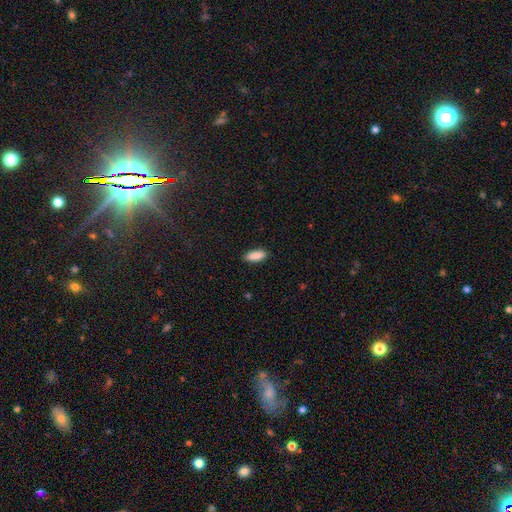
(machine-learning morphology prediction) type=smooth (90%); roundness=in between (77%); merging=none (88%).